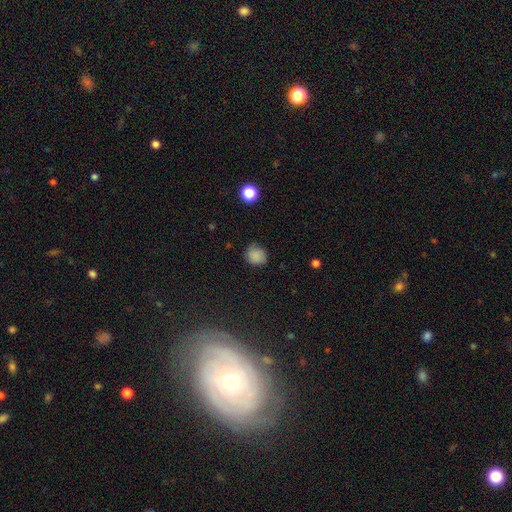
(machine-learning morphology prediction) Smooth or featured: smooth — 78% (star or artifact — 11%)
How rounded: round — 80% (in between — 20%)
Merging: none — 69% (minor disturbance — 24%)